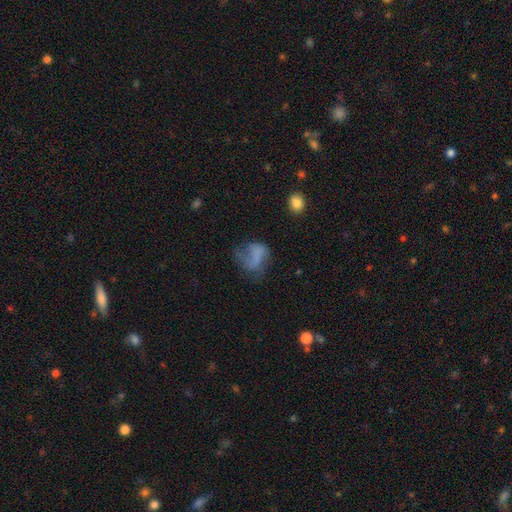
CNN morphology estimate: Overall: smooth (52%; featured or disk 35%). How rounded: in between (59%; round 39%). Merging: major disturbance (38%; none 34%).